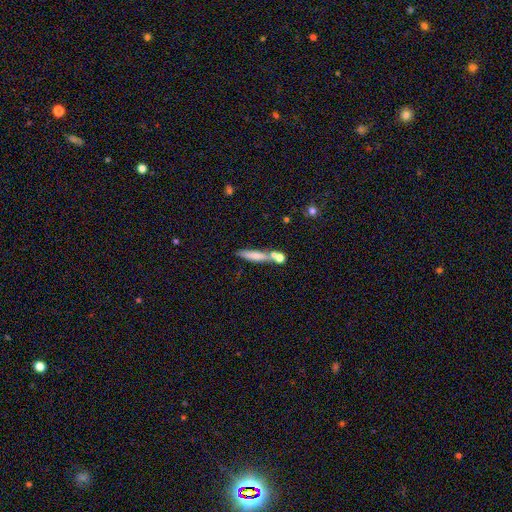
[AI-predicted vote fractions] smooth_or_featured: smooth (p=0.63) [alt: featured or disk p=0.28]
how_rounded: cigar-shaped (p=0.86) [alt: in between p=0.11]
merging: none (p=0.62) [alt: merger p=0.19]